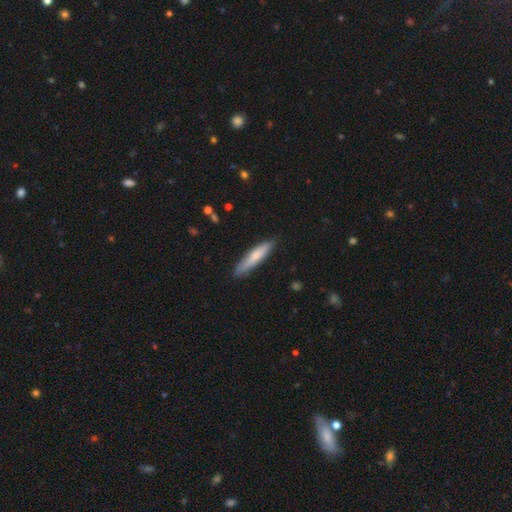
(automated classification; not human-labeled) Smooth or featured? Predicted: smooth (p=0.72). How rounded? Predicted: cigar-shaped (p=0.86). Merging? Predicted: none (p=0.84).